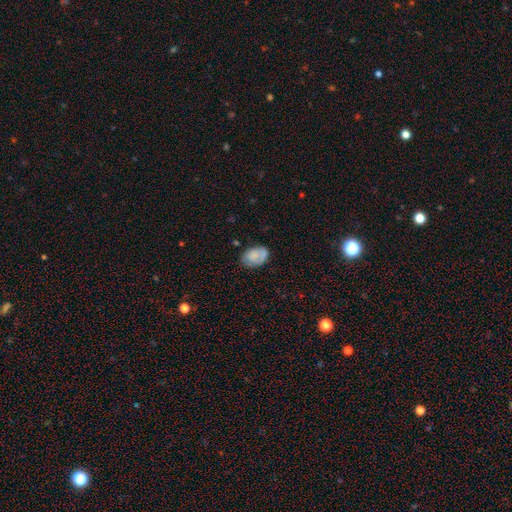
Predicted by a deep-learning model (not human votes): This is likely a smooth galaxy (75%). How rounded: clearly in between (83%). Merging: likely none (64%).